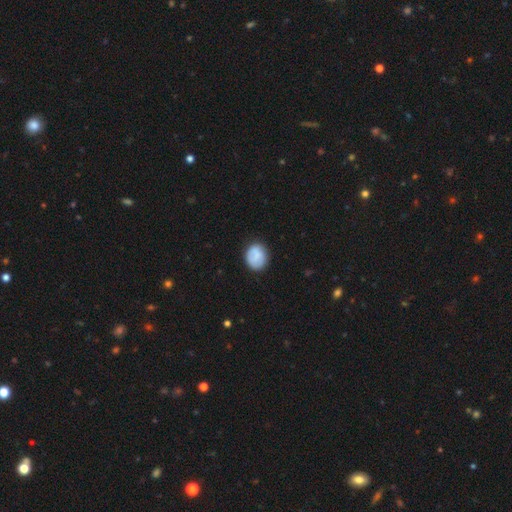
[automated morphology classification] smooth 80%, featured or disk 13%, star or artifact 7%. Down the decision tree: how rounded — round (70%); merging — none (82%).